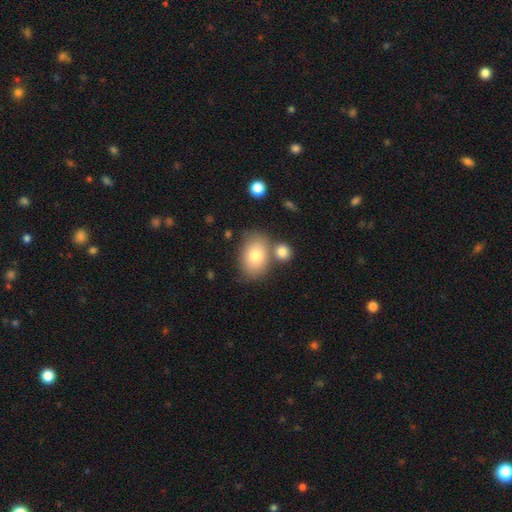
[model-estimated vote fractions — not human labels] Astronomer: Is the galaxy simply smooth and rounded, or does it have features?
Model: smooth — 77%.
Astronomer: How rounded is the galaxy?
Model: in between — 73%.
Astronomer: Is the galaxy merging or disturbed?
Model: none — 61%.